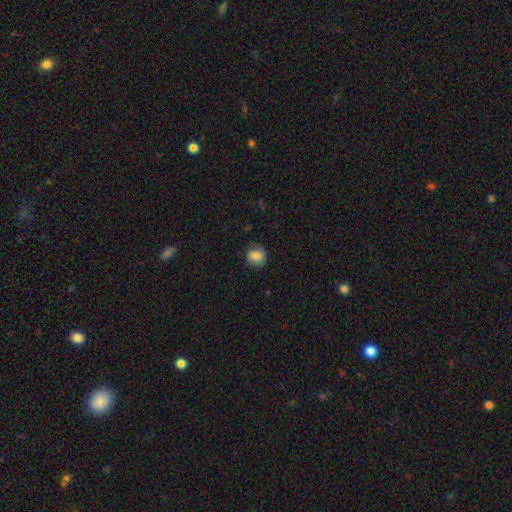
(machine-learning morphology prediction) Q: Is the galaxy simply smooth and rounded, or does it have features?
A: smooth — 79%.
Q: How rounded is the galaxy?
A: round — 73%.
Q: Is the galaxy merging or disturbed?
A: none — 80%.